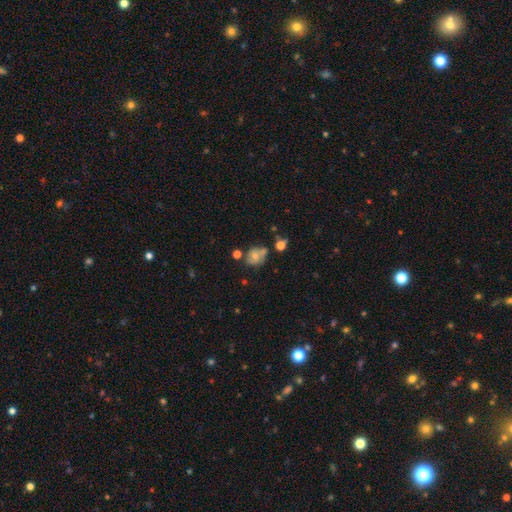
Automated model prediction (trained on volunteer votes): Q: Smooth or featured?
A: smooth (61%); runner-up: featured or disk (26%)
Q: How rounded?
A: round (57%); runner-up: in between (42%)
Q: Merging?
A: none (49%); runner-up: minor disturbance (24%)